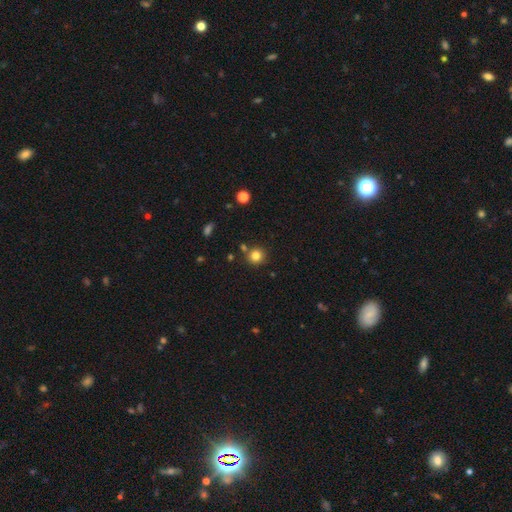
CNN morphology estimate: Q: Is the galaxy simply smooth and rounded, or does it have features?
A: smooth — 82%.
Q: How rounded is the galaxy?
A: round — 92%.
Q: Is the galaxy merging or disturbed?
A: none — 82%.